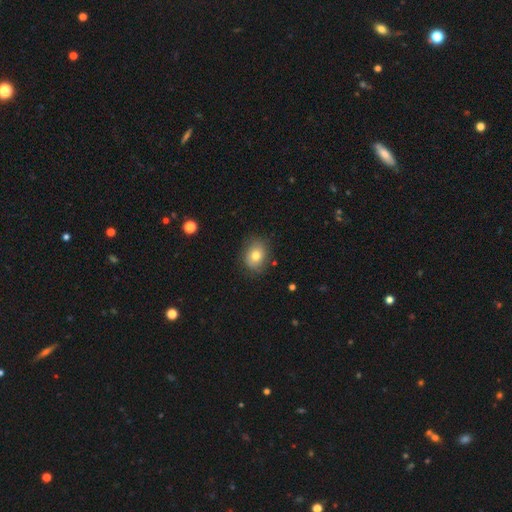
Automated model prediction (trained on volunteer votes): This is likely a smooth galaxy (76%). How rounded: possibly in between (54%). Merging: clearly none (82%).